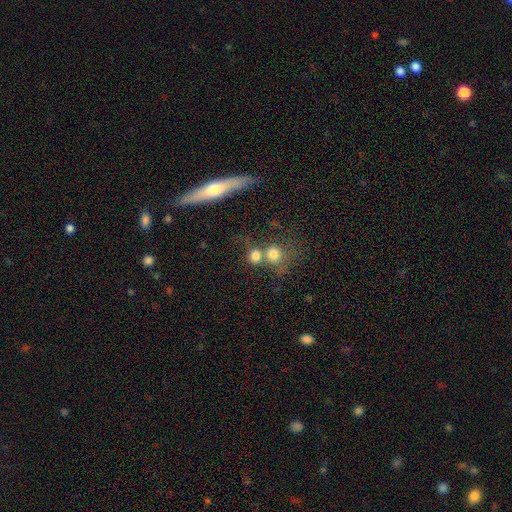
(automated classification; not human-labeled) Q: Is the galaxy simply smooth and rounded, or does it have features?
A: smooth — 76%.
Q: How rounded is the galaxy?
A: round — 77%.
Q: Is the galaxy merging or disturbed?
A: merger — 45%.